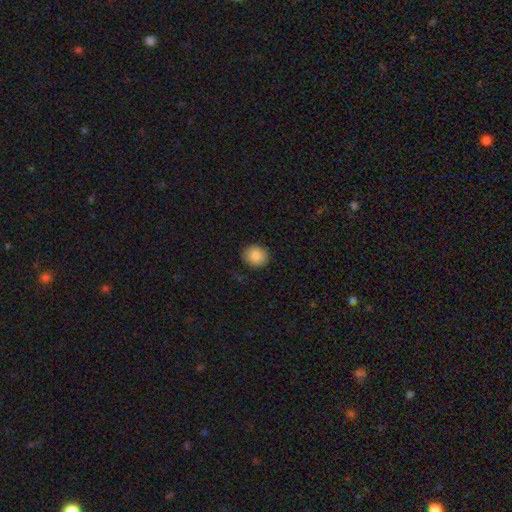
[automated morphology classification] smooth-or-featured: smooth: 85% | star or artifact: 8% | featured or disk: 6%
  how-rounded: round: 82% | in between: 17% | cigar-shaped: 1%
  merging: none: 87% | minor disturbance: 10% | major disturbance: 2% | merger: 1%